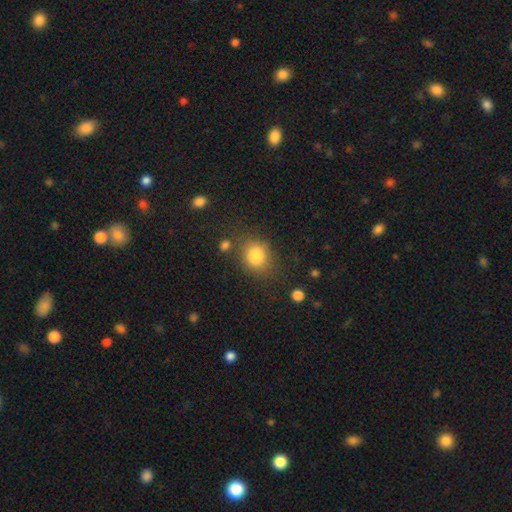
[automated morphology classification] Q: Smooth or featured?
A: smooth (83%); runner-up: star or artifact (10%)
Q: How rounded?
A: round (67%); runner-up: in between (32%)
Q: Merging?
A: none (73%); runner-up: minor disturbance (15%)